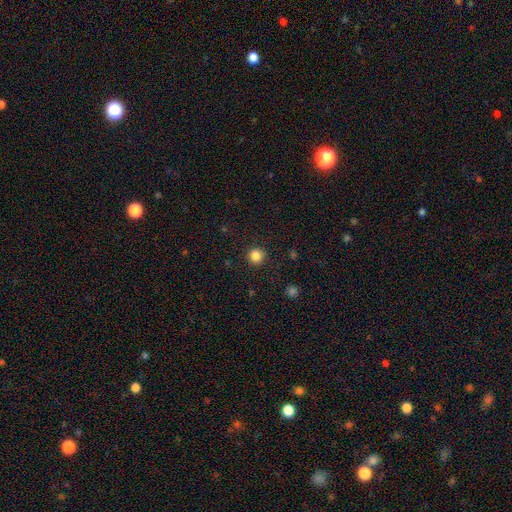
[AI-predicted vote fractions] Q: Smooth or featured?
A: smooth (85%); runner-up: star or artifact (12%)
Q: How rounded?
A: round (94%); runner-up: in between (5%)
Q: Merging?
A: none (92%); runner-up: minor disturbance (5%)